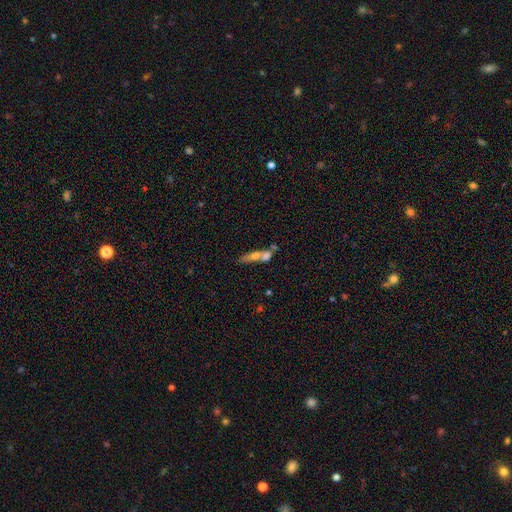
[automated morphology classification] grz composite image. It shows a smooth galaxy with no disk features (53%) that is cigar-shaped (60%). Merging: merger (55%).